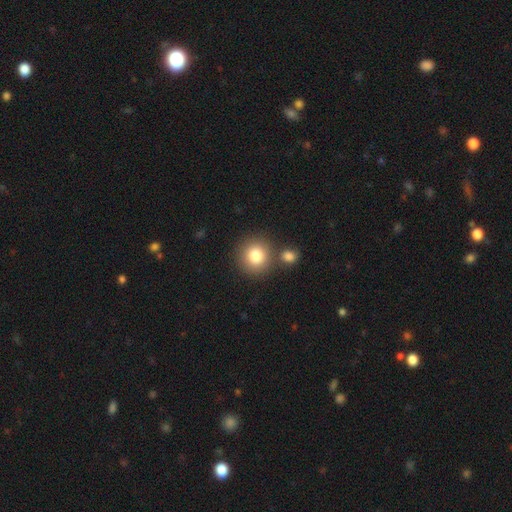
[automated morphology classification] type=smooth (81%); roundness=round (90%); merging=none (71%).